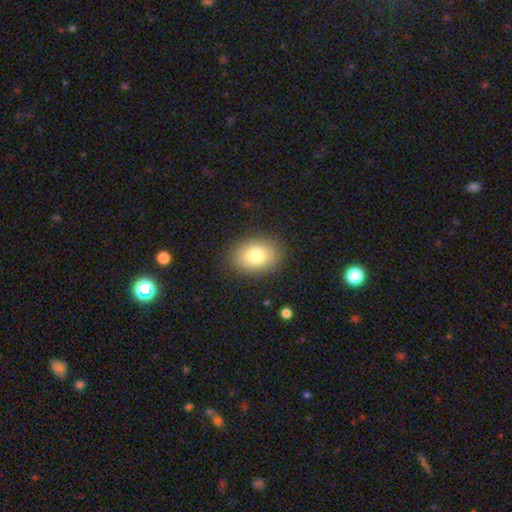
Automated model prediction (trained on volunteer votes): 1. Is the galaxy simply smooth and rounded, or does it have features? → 80% smooth, 10% featured or disk, 10% star or artifact.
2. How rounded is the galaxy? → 65% in between, 34% round, 1% cigar-shaped.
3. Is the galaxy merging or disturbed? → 87% none, 9% minor disturbance, 3% major disturbance, 1% merger.